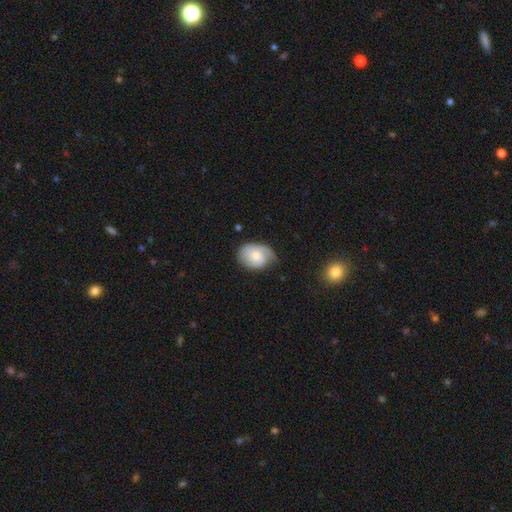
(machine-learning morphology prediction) Smooth or featured: smooth — 49% (featured or disk — 44%)
Merging: none — 54% (minor disturbance — 32%)